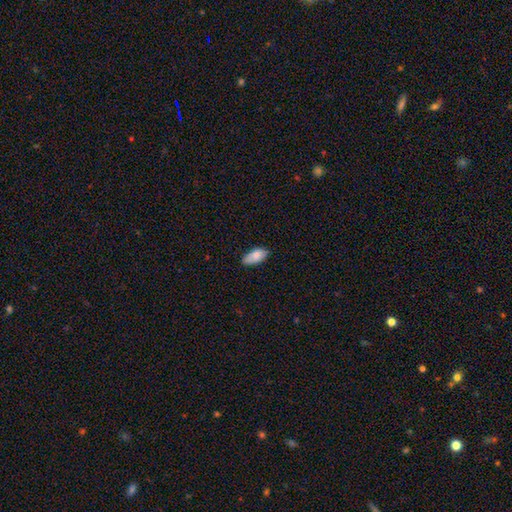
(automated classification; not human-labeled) smooth 86%, featured or disk 8%, star or artifact 7%. Down the decision tree: how rounded — in between (91%); merging — none (77%).